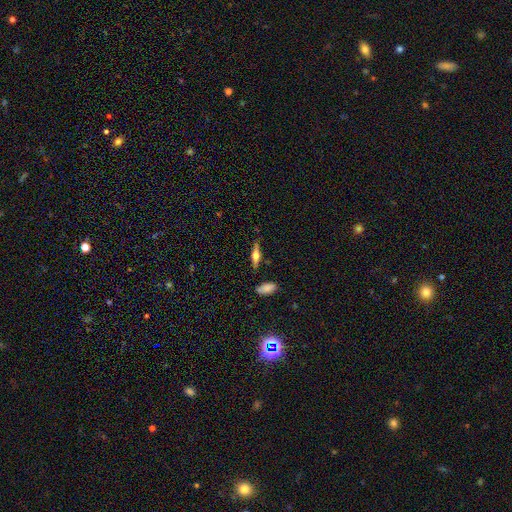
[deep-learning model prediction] featured or disk 55%, smooth 37%, star or artifact 7%. Down the decision tree: edge-on disk — yes (94%); edge-on bulge — rounded (92%); merging — none (79%).